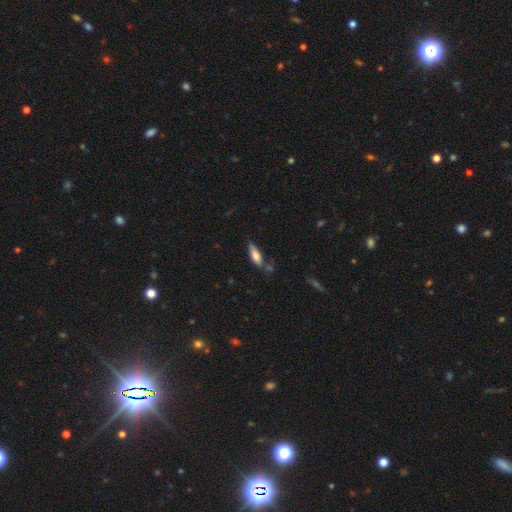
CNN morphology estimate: This is likely a smooth galaxy (71%). How rounded: possibly in between (57%). Merging: likely none (61%).